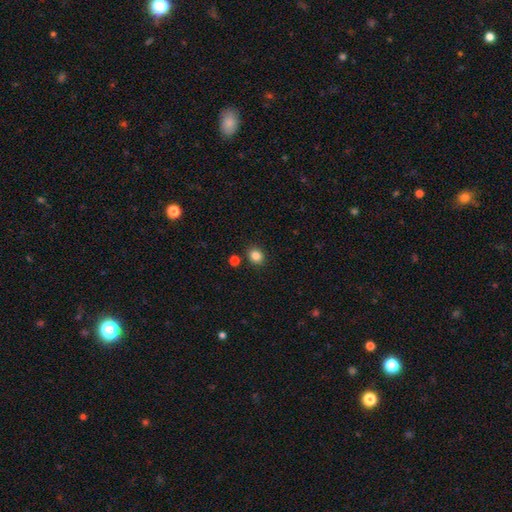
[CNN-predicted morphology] A smooth galaxy with no disk features (84%) that is round (67%). Merging: none (87%).